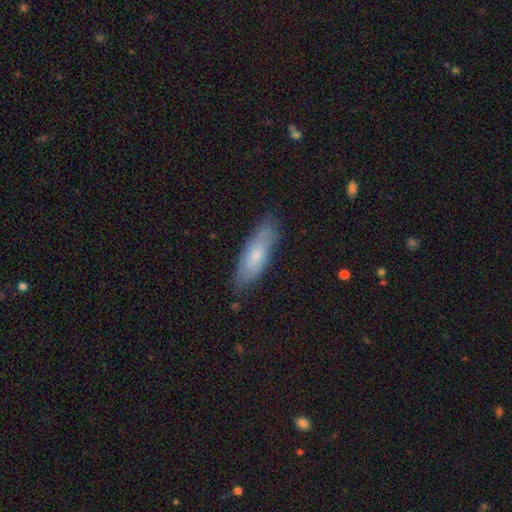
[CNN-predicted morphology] Smooth or featured?
  - smooth: 68% *
  - featured or disk: 25%
  - star or artifact: 6%
How rounded?
  - in between: 56% *
  - cigar-shaped: 42%
  - round: 2%
Merging?
  - none: 77% *
  - minor disturbance: 18%
  - major disturbance: 3%
  - merger: 1%